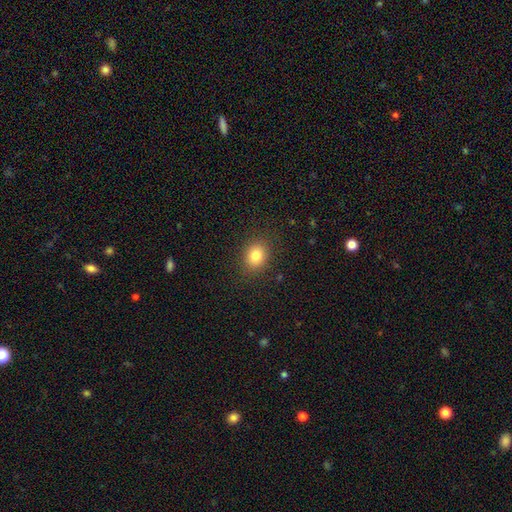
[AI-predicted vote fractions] This is clearly a smooth galaxy (82%). How rounded: possibly round (55%). Merging: clearly none (87%).